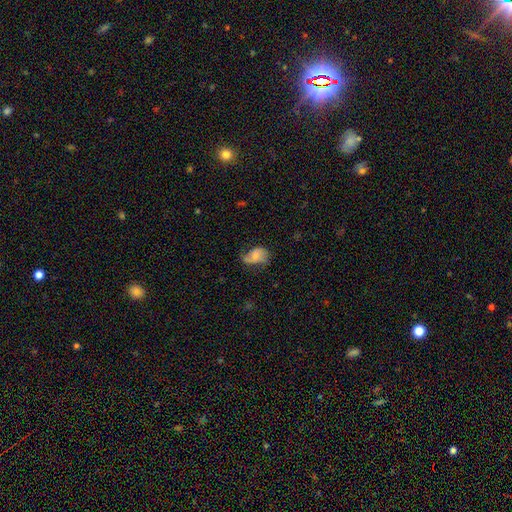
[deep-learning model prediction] This is possibly a featured or disk galaxy (48%). Merging: possibly none (50%).